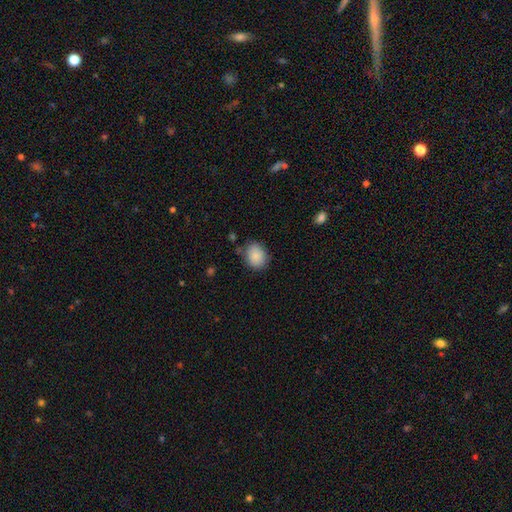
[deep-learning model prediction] Q: Smooth or featured?
A: smooth (88%); runner-up: star or artifact (8%)
Q: How rounded?
A: round (53%); runner-up: in between (46%)
Q: Merging?
A: none (78%); runner-up: minor disturbance (15%)